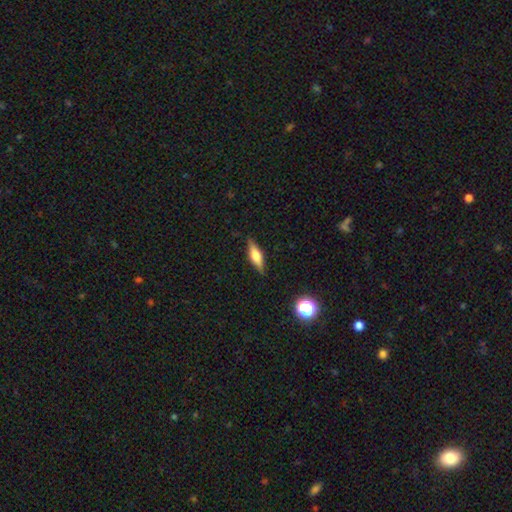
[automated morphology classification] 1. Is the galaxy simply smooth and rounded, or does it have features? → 51% featured or disk, 40% smooth, 8% star or artifact.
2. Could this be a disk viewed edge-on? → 94% yes, 6% no.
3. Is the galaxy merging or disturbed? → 86% none, 11% minor disturbance, 2% major disturbance, 1% merger.